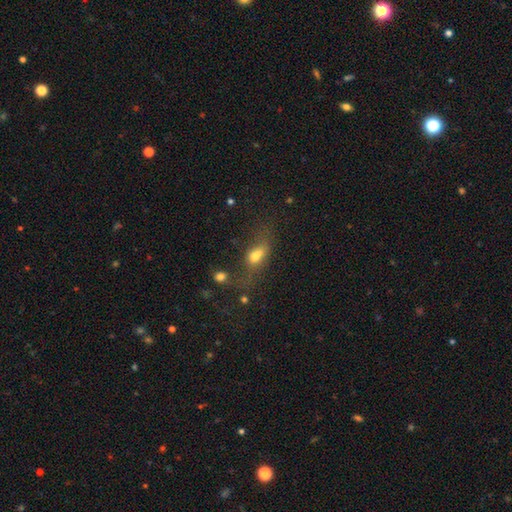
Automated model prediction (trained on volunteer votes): A smooth galaxy with no disk features (61%) that is in between round and cigar-shaped (71%).

Vote fractions:
- Smooth or featured? smooth: 61% / featured or disk: 24% / star or artifact: 14%
- How rounded? in between: 71% / cigar-shaped: 15% / round: 14%
- Merging? none: 30% / merger: 28% / major disturbance: 24% / minor disturbance: 18%